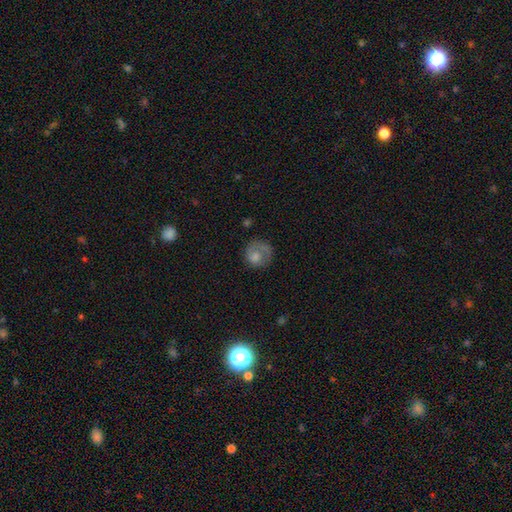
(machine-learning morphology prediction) Smooth or featured: smooth — 62% (featured or disk — 30%)
How rounded: round — 82% (in between — 17%)
Merging: none — 56% (minor disturbance — 22%)